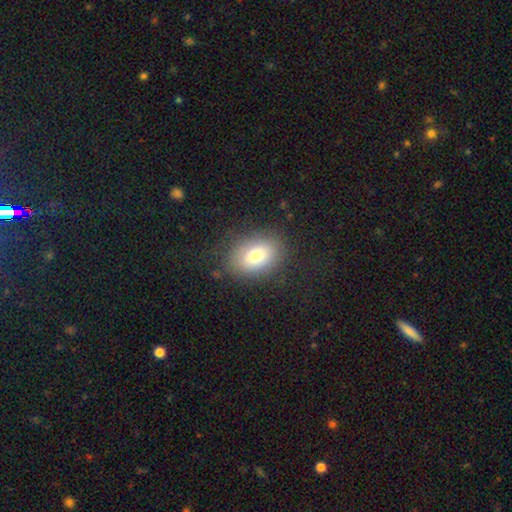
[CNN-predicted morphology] Smooth or featured? Predicted: smooth (p=0.78). How rounded? Predicted: in between (p=0.82). Merging? Predicted: none (p=0.82).